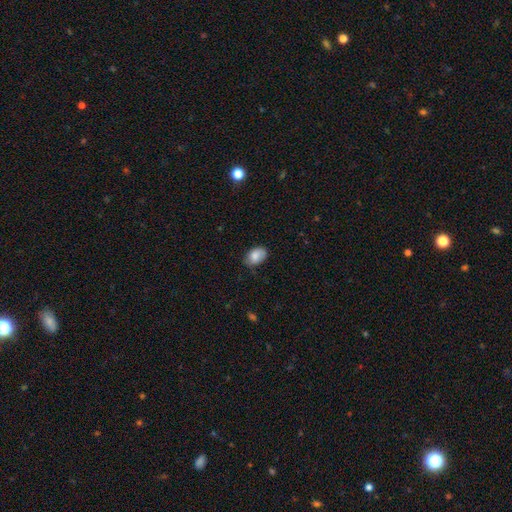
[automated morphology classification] A smooth galaxy with no disk features (83%) that is in between round and cigar-shaped (88%). Merging: none (73%).